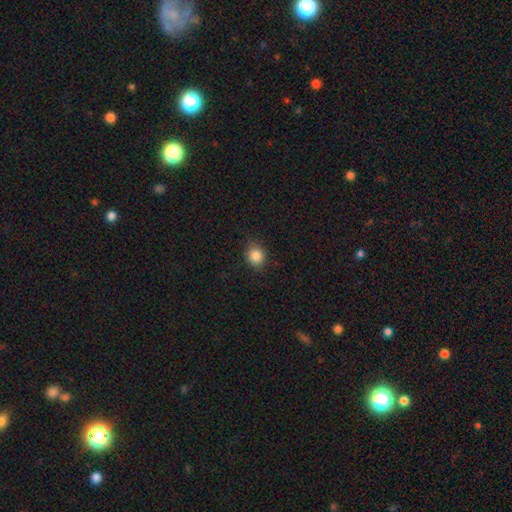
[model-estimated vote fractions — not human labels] This appears to be a smooth galaxy with no disk features (85%) that is round (72%). Merging: none (83%).